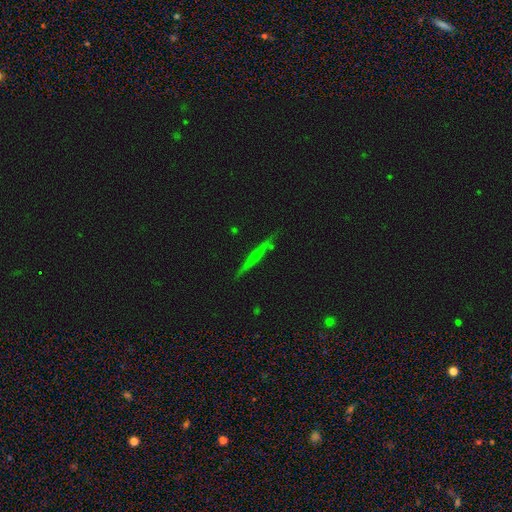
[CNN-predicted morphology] Smooth or featured? Predicted: featured or disk (p=0.50). Merging? Predicted: none (p=0.87).